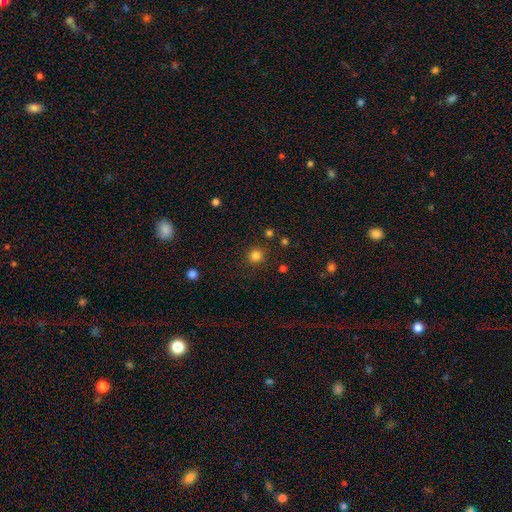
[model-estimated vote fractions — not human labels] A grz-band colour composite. It shows a smooth galaxy with no disk features (82%) that is round (94%). Merging: none (89%).